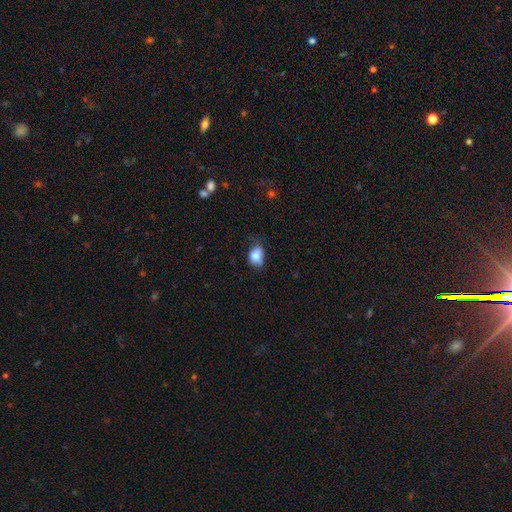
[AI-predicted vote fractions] Smooth or featured?
  - smooth: 82% *
  - featured or disk: 9%
  - star or artifact: 9%
How rounded?
  - in between: 62% *
  - round: 37%
  - cigar-shaped: 1%
Merging?
  - none: 50% *
  - minor disturbance: 36%
  - major disturbance: 11%
  - merger: 3%